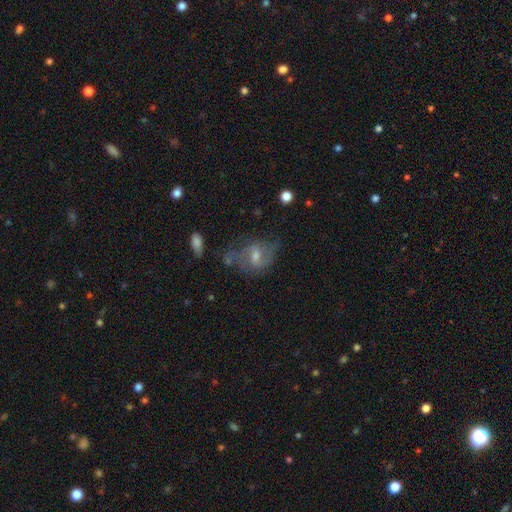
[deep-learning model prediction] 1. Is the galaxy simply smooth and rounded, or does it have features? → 70% featured or disk, 19% smooth, 11% star or artifact.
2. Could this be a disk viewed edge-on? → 96% no, 4% yes.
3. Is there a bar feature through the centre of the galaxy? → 53% weak, 34% no, 13% strong.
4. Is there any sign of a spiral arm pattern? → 85% yes, 15% no.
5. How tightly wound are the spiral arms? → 47% medium, 35% loose, 18% tight.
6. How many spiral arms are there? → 70% 2, 17% can't tell, 5% 3, 5% 1, 2% 4, 2% more than 4.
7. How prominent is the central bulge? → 51% moderate, 39% small, 5% none, 4% large, 1% dominant.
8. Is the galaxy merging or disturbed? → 54% none, 22% minor disturbance, 17% major disturbance, 6% merger.